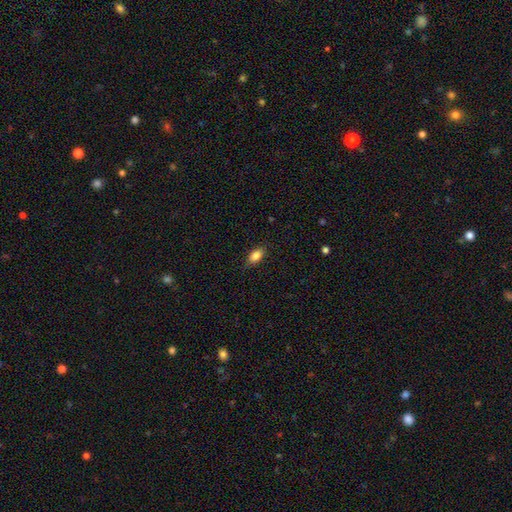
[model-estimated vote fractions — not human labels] A smooth galaxy with no disk features (85%) that is in between round and cigar-shaped (87%). Merging: none (84%).